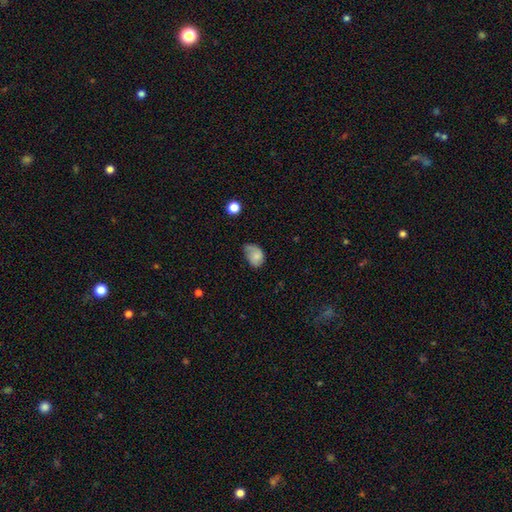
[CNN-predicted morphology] Smooth or featured? smooth (74%)
How rounded? in between (75%)
Merging? minor disturbance (45%)